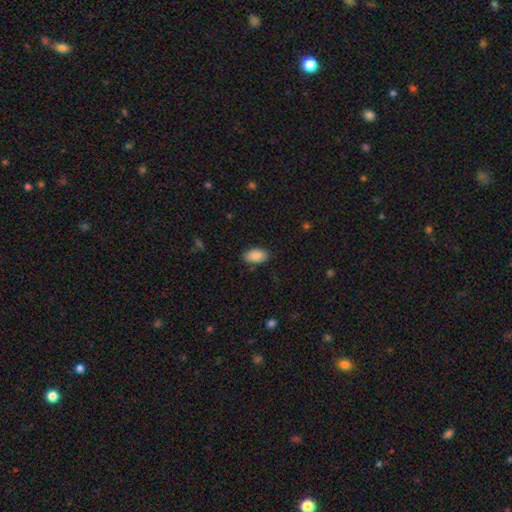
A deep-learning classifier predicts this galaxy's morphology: smooth_or_featured: smooth (p=0.90) [alt: star or artifact p=0.07]
how_rounded: in between (p=0.94) [alt: round p=0.04]
merging: none (p=0.85) [alt: minor disturbance p=0.11]